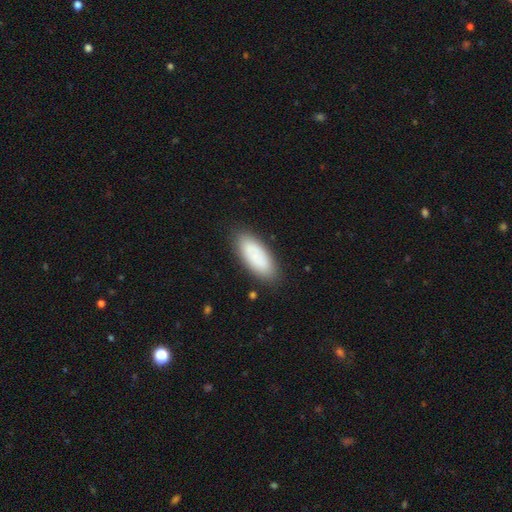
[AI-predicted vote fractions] Smooth or featured: smooth — 82% (featured or disk — 11%)
How rounded: in between — 82% (cigar-shaped — 16%)
Merging: none — 84% (minor disturbance — 11%)